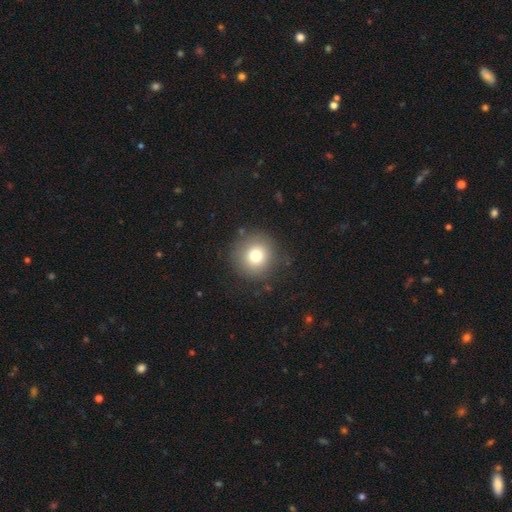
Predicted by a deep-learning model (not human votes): Smooth or featured? smooth (76%)
How rounded? round (94%)
Merging? none (86%)